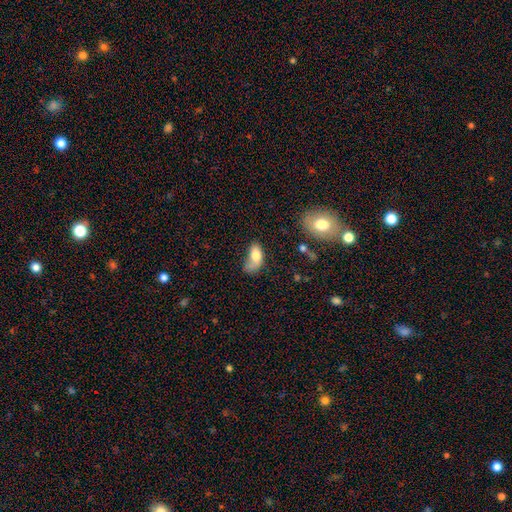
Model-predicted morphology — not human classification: type=smooth (73%); roundness=in between (89%); merging=major disturbance (33%).